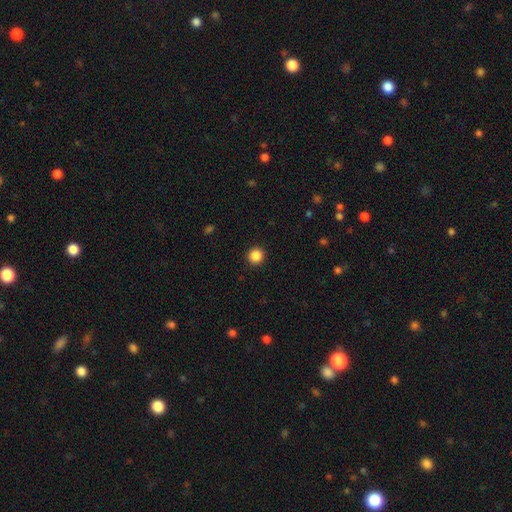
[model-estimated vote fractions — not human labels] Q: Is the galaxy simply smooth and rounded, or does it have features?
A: smooth — 87%.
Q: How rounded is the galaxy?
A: round — 95%.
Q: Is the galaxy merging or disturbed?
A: none — 92%.